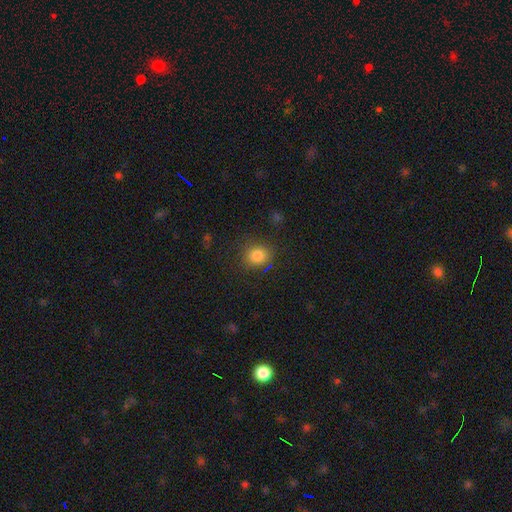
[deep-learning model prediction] Q: Smooth or featured?
A: smooth (82%); runner-up: star or artifact (13%)
Q: How rounded?
A: round (82%); runner-up: in between (17%)
Q: Merging?
A: none (86%); runner-up: minor disturbance (9%)